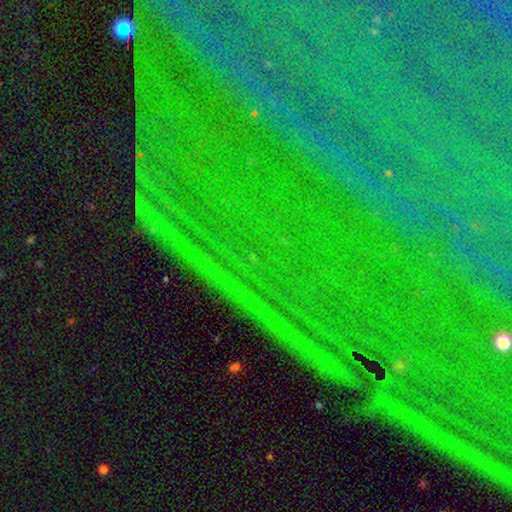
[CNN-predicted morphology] This appears to be a star or artifact, not a galaxy (85%).